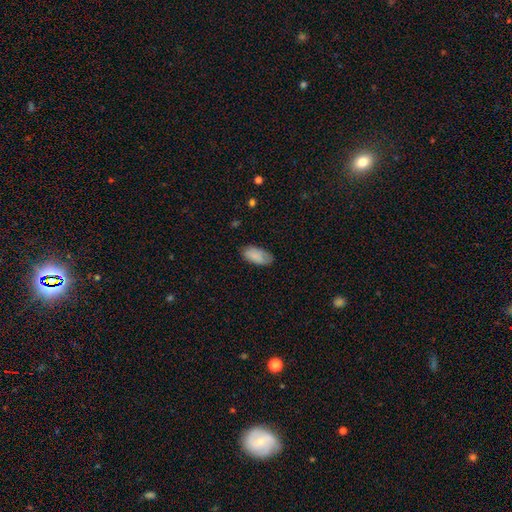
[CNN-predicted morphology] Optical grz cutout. It shows a smooth galaxy with no disk features (86%) that is in between round and cigar-shaped (94%). Merging: none (74%).